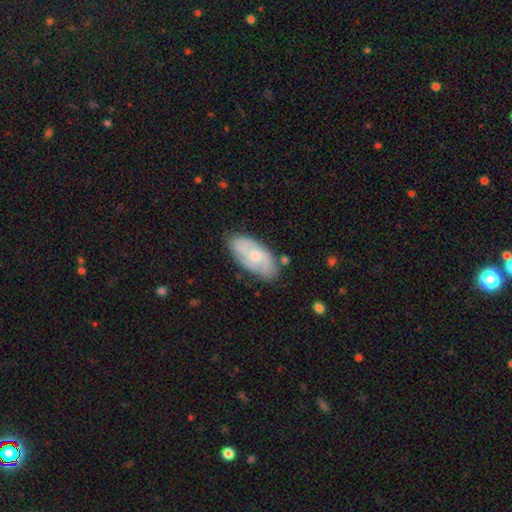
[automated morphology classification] The model was most divided on "bulge size": moderate: 51%, small: 38%, none: 5%, large: 4%, dominant: 1%. More confident: edge-on disk — no (92%); spiral arms — yes (79%); merging — none (75%); bar — no (71%); smooth or featured — featured or disk (56%).